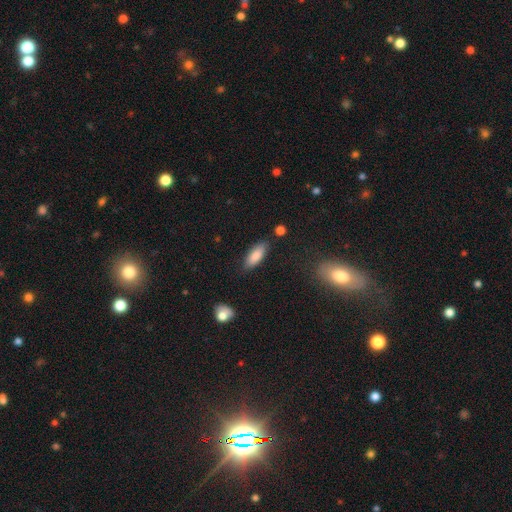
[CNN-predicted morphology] Overall: smooth (85%). How rounded: in between (74%). Merging: none (80%).